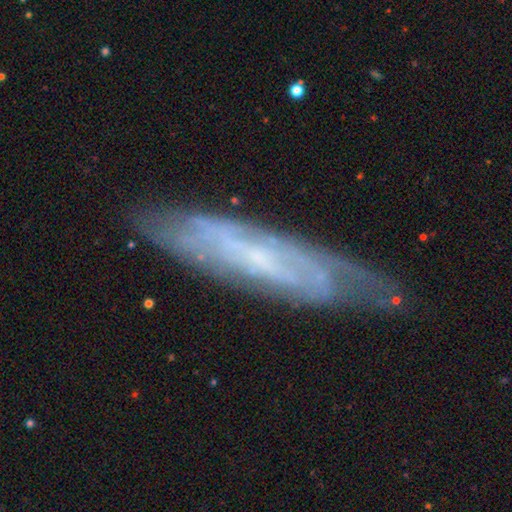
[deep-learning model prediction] Morphology: type=featured or disk (72%); edge-on=no (59%); merging=none (75%).